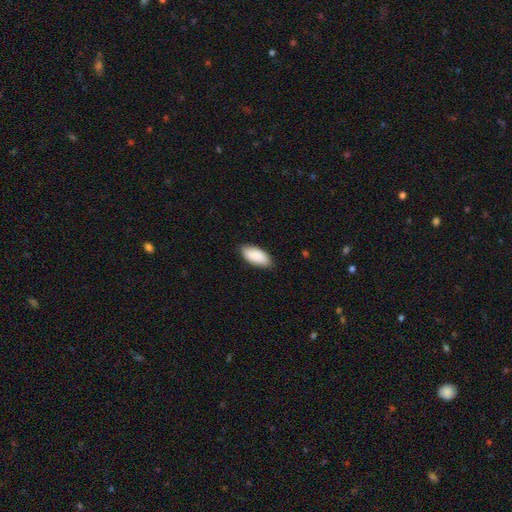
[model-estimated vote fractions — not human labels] smooth 89%, star or artifact 5%, featured or disk 5%. Down the decision tree: how rounded — in between (92%); merging — none (84%).